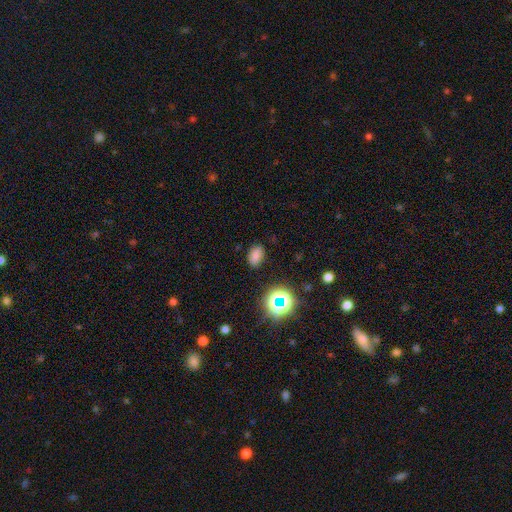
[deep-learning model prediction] smooth_or_featured: smooth (p=0.75) [alt: star or artifact p=0.19]
how_rounded: in between (p=0.85) [alt: round p=0.13]
merging: none (p=0.84) [alt: minor disturbance p=0.11]